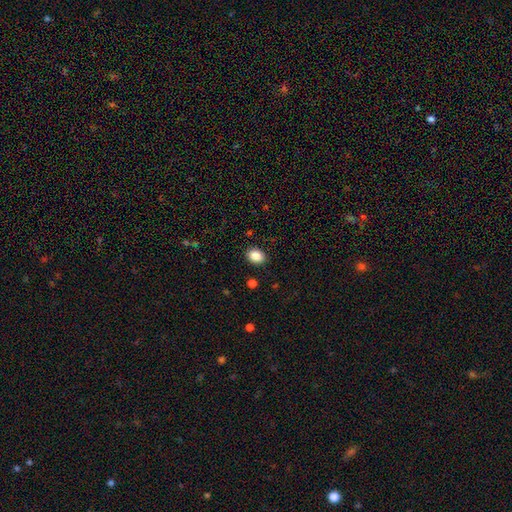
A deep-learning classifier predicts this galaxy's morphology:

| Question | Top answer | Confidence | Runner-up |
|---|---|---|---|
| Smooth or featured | smooth | 88% | star or artifact (8%) |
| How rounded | in between | 66% | round (33%) |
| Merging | none | 89% | minor disturbance (8%) |